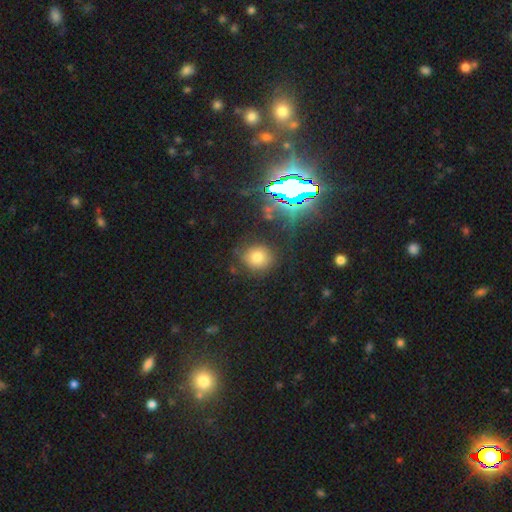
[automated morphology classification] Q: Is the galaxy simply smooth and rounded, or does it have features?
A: smooth — 60%.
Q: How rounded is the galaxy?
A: round — 84%.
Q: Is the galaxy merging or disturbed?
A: none — 83%.